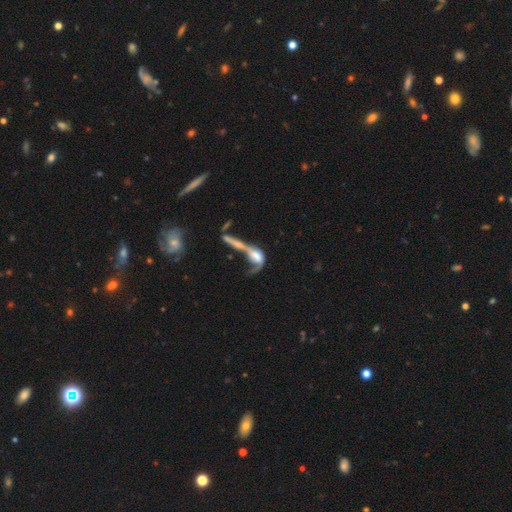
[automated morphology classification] type=featured or disk (50%); edge-on=no (80%); merging=merger (56%).